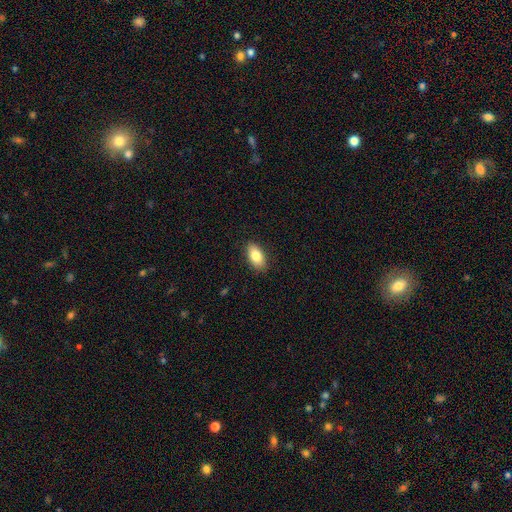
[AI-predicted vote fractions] The model was most divided on "smooth or featured": smooth: 83%, featured or disk: 10%, star or artifact: 7%. More confident: how rounded — in between (91%); merging — none (87%).